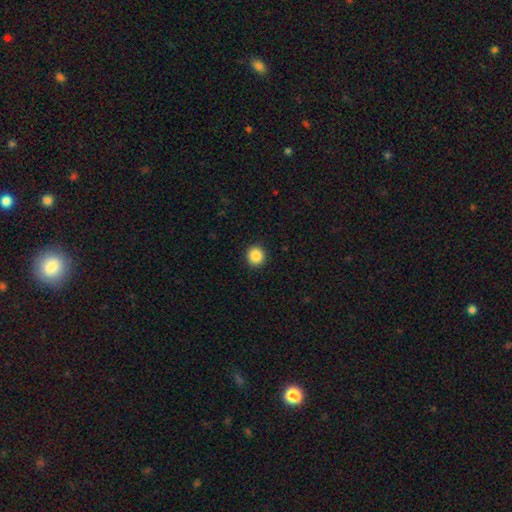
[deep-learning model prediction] This is clearly a smooth galaxy (87%). How rounded: clearly round (91%). Merging: clearly none (93%).